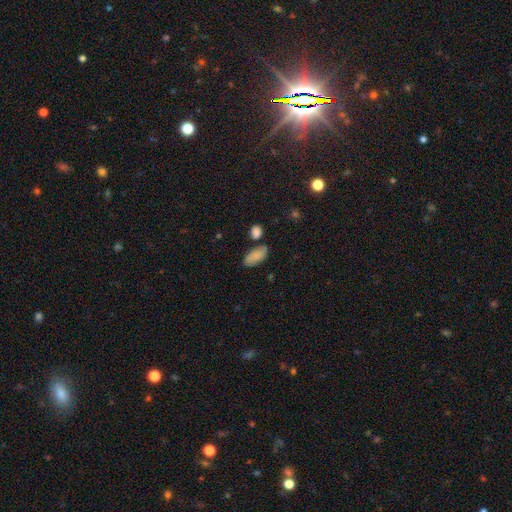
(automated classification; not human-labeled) Smooth or featured: smooth — 82% (featured or disk — 11%)
How rounded: in between — 90% (cigar-shaped — 7%)
Merging: none — 70% (minor disturbance — 16%)